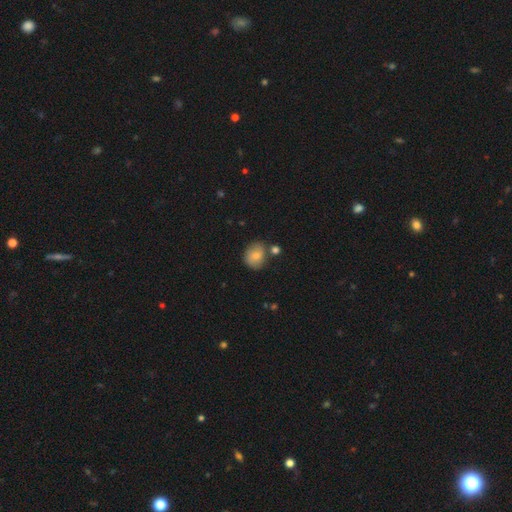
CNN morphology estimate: Q: Smooth or featured?
A: smooth (76%); runner-up: featured or disk (15%)
Q: How rounded?
A: round (62%); runner-up: in between (37%)
Q: Merging?
A: none (65%); runner-up: minor disturbance (19%)